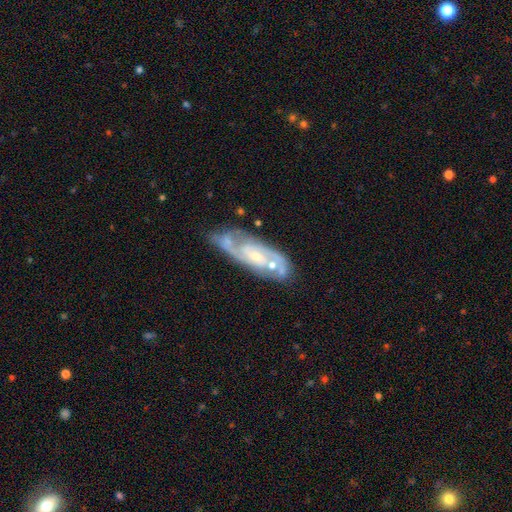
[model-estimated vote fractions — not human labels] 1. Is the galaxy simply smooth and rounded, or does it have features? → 83% featured or disk, 12% smooth, 6% star or artifact.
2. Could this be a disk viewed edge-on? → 89% no, 11% yes.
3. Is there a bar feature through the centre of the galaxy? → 46% no, 42% weak, 12% strong.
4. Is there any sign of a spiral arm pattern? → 93% yes, 7% no.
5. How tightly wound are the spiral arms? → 44% tight (tied), 44% medium (tied), 11% loose.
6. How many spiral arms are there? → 60% 2, 21% can't tell, 11% 3, 3% 1, 3% 4, 2% more than 4.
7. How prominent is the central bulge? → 56% small, 36% moderate, 4% none, 2% large, 1% dominant.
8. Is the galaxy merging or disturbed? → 63% none, 22% minor disturbance, 8% merger, 7% major disturbance.